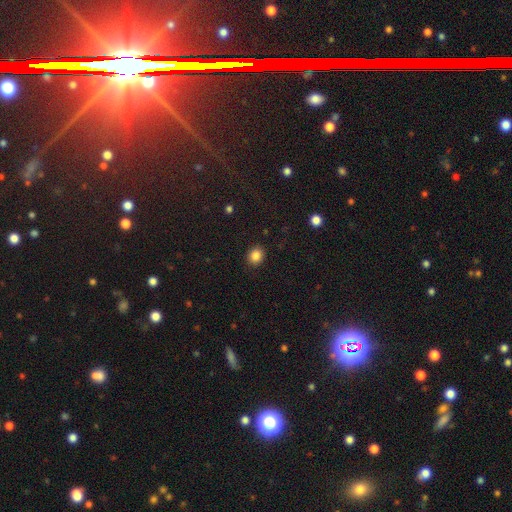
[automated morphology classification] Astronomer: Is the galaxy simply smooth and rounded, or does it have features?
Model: smooth — 86%.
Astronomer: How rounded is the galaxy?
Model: round — 73%.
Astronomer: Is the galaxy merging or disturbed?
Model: none — 90%.